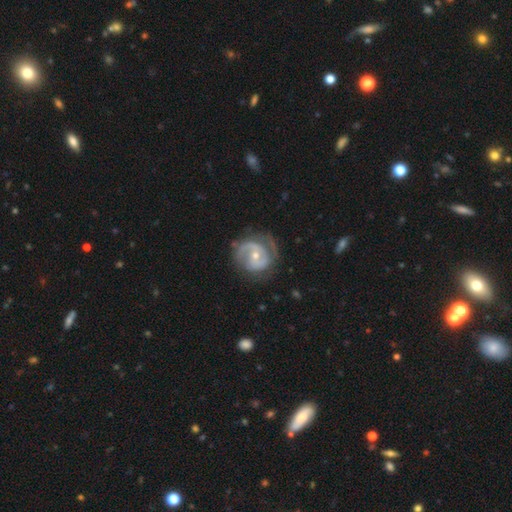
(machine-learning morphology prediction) A featured or disk galaxy (84%) with no bar (50%), 2 (70%) medium (44%) spiral arms (93%) and a small central bulge (50%). Merging: none (67%).